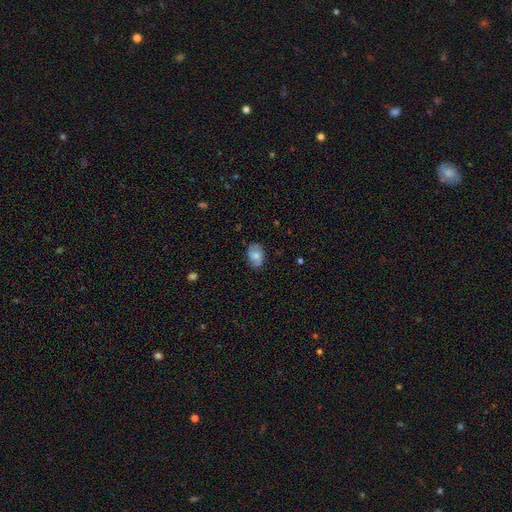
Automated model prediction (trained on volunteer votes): A smooth galaxy with no disk features (62%) that is in between round and cigar-shaped (83%).

Vote fractions:
- Smooth or featured? smooth: 62% / featured or disk: 30% / star or artifact: 8%
- How rounded? in between: 83% / round: 16% / cigar-shaped: 1%
- Merging? none: 77% / minor disturbance: 18% / major disturbance: 4% / merger: 1%